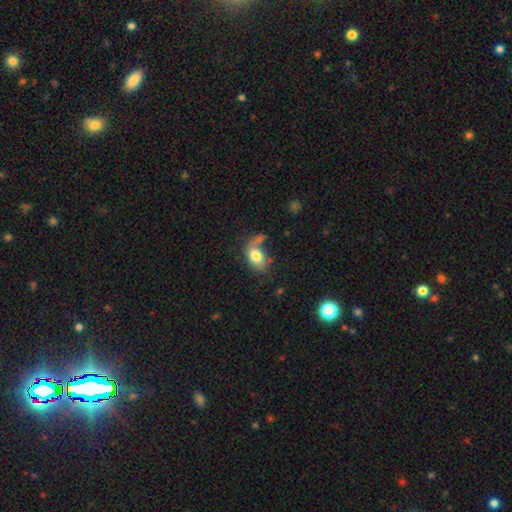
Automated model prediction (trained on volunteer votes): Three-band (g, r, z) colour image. It shows a smooth galaxy with no disk features (73%) that is in between round and cigar-shaped (88%). Merging: none (43%).